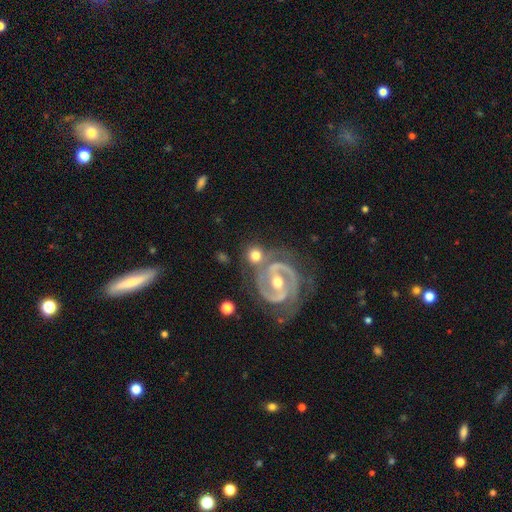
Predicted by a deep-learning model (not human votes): This appears to be a featured or disk galaxy (51%). Merging: none (57%).